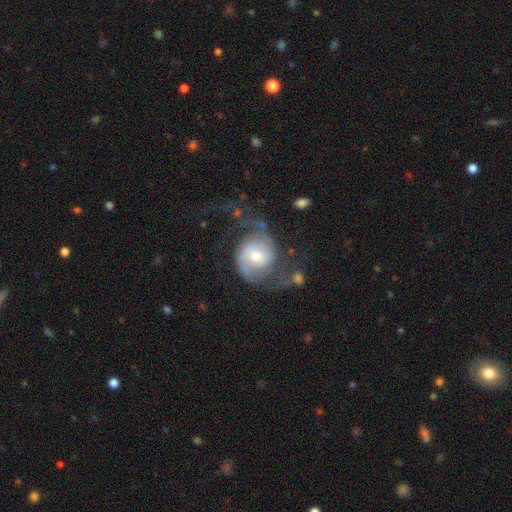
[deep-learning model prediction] featured or disk 80%, smooth 14%, star or artifact 6%. Down the decision tree: edge-on disk — no (98%); bar — no (56%); spiral arms — yes (94%); spiral arm count — 2 (86%); spiral winding — medium (45%); bulge size — moderate (52%); merging — none (54%).